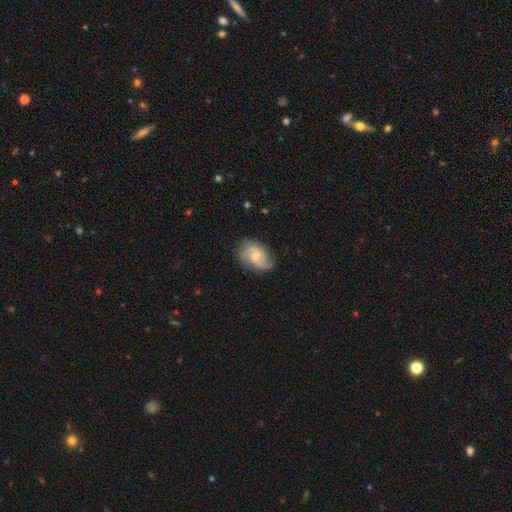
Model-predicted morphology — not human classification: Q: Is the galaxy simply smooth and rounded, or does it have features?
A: featured or disk — 72%.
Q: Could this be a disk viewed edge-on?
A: no — 97%.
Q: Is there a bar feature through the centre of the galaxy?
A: weak — 49%.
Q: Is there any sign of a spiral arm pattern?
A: yes — 93%.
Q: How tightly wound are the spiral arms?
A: medium — 44%.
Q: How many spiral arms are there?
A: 2 — 73%.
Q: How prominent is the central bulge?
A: small — 49%.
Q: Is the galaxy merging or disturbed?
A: none — 73%.